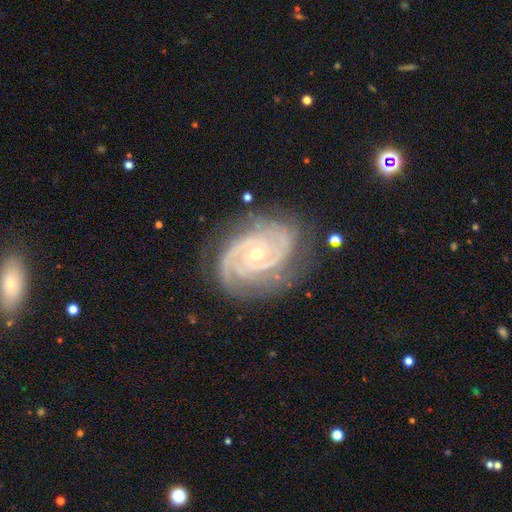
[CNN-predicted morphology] Q: Smooth or featured?
A: featured or disk (91%); runner-up: star or artifact (6%)
Q: Edge-on disk?
A: no (97%); runner-up: yes (3%)
Q: Bar?
A: no (62%); runner-up: weak (27%)
Q: Spiral arms?
A: yes (98%); runner-up: no (2%)
Q: Spiral winding?
A: tight (73%); runner-up: medium (24%)
Q: Spiral arm count?
A: 2 (43%); runner-up: 3 (29%)
Q: Bulge size?
A: small (62%); runner-up: moderate (36%)
Q: Merging?
A: none (76%); runner-up: minor disturbance (17%)